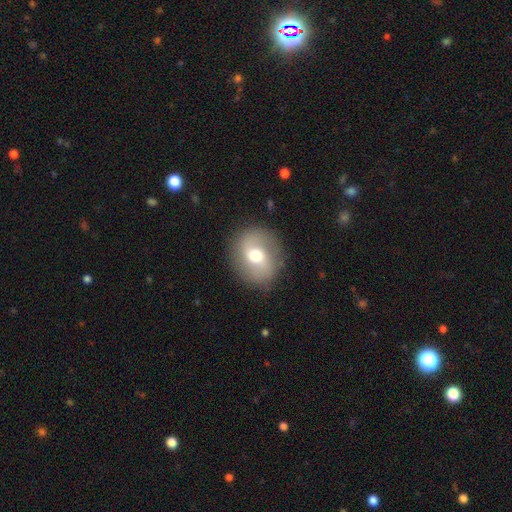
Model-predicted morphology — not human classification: This appears to be a featured or disk galaxy (50%). Merging: none (83%).